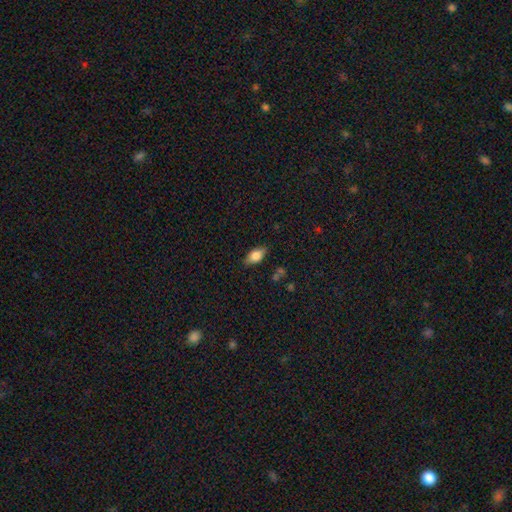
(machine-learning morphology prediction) smooth 77%, featured or disk 15%, star or artifact 8%. Down the decision tree: how rounded — in between (87%); merging — none (82%).